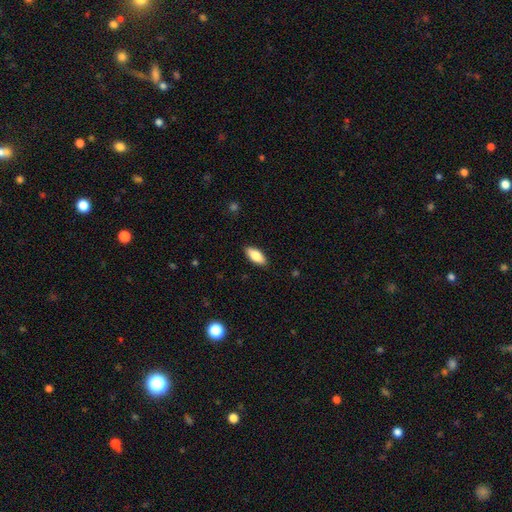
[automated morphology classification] A smooth galaxy with no disk features (83%) that is in between round and cigar-shaped (85%). Merging: none (89%).